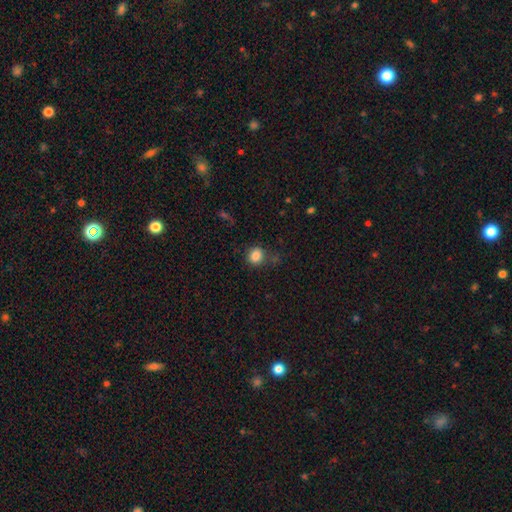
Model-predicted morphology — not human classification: The model was most divided on "how rounded": round: 76%, in between: 23%, cigar-shaped: 1%. More confident: smooth or featured — smooth (85%); merging — none (77%).